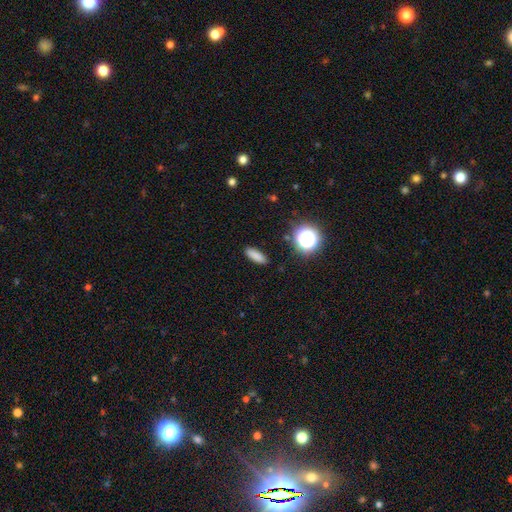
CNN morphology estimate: Smooth or featured?
  - smooth: 82% *
  - star or artifact: 13%
  - featured or disk: 6%
How rounded?
  - in between: 51% *
  - cigar-shaped: 43%
  - round: 6%
Merging?
  - none: 89% *
  - minor disturbance: 8%
  - major disturbance: 2%
  - merger: 1%